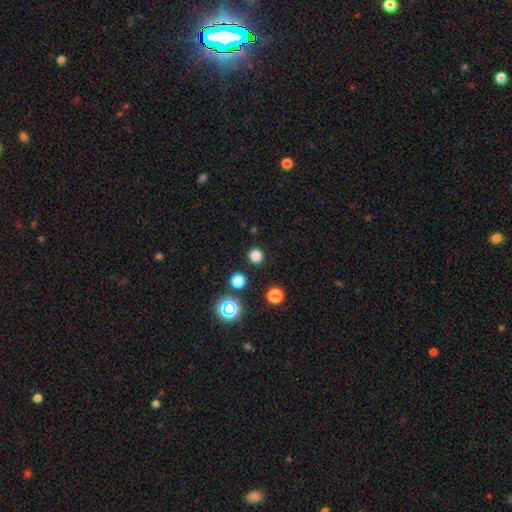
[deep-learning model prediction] smooth-or-featured: smooth: 79% | star or artifact: 17% | featured or disk: 4%
  how-rounded: round: 94% | in between: 5% | cigar-shaped: 1%
  merging: none: 90% | minor disturbance: 5% | major disturbance: 2% | merger: 2%